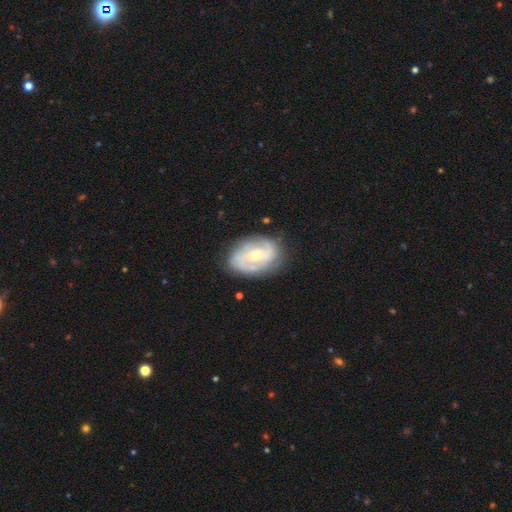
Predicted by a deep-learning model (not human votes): The model was most divided on "bulge size": moderate: 51%, small: 45%, large: 2%, none: 1%, dominant: 1%. Remaining: edge-on disk — no (96%); spiral arms — yes (84%); smooth or featured — featured or disk (76%); merging — none (75%); bar — no (52%); spiral winding — tight (51%); spiral arm count — 2 (50%).